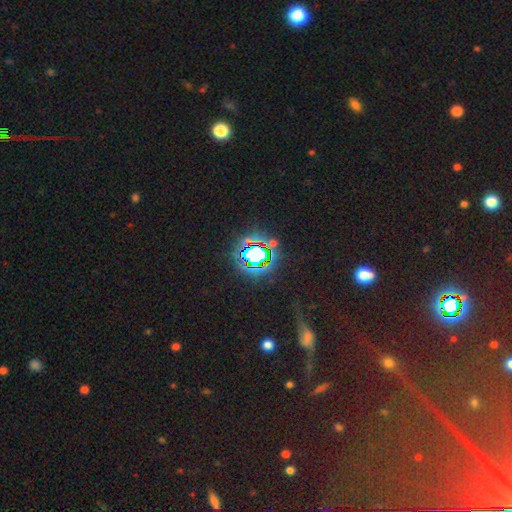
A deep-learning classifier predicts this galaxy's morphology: smooth_or_featured: star or artifact (p=0.70) [alt: smooth p=0.18]